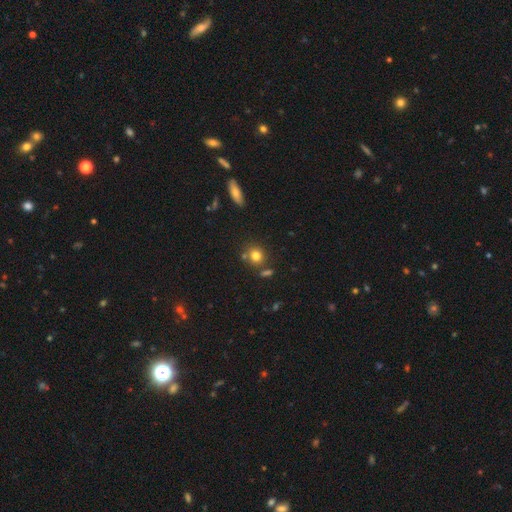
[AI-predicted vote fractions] Morphology: type=smooth (78%); roundness=round (80%); merging=none (71%).